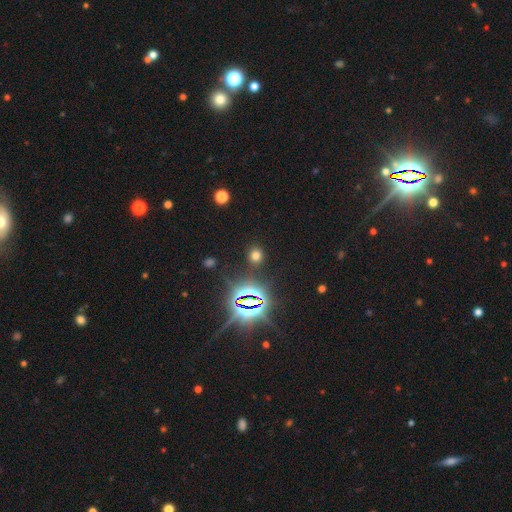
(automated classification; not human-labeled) Smooth or featured? smooth (61%)
How rounded? round (80%)
Merging? none (87%)